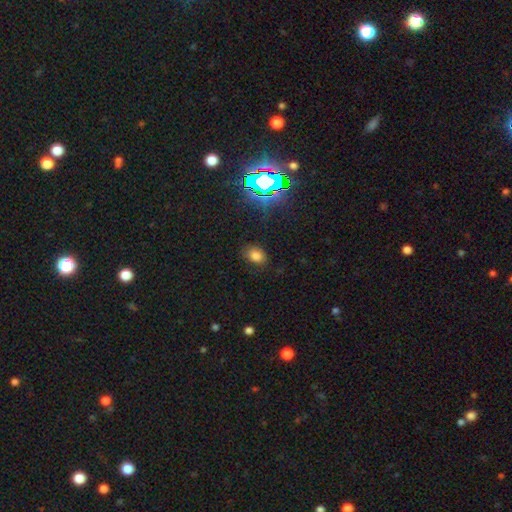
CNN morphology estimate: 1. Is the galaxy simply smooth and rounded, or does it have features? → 74% smooth, 19% star or artifact, 7% featured or disk.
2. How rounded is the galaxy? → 71% in between, 28% round, 1% cigar-shaped.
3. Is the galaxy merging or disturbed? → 79% none, 15% minor disturbance, 4% major disturbance, 1% merger.